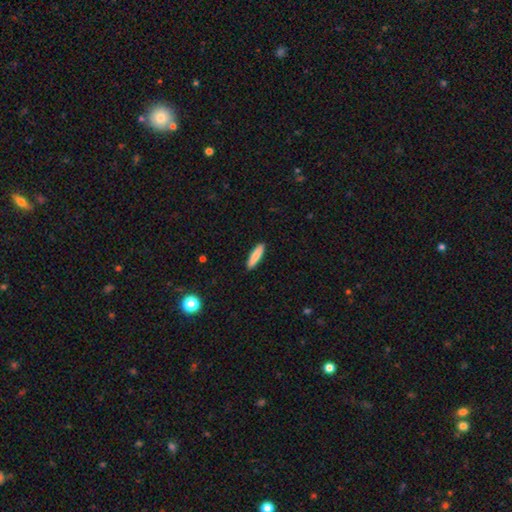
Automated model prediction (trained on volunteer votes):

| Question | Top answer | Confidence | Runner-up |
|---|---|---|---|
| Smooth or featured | smooth | 84% | featured or disk (10%) |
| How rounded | cigar-shaped | 79% | in between (19%) |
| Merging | none | 91% | minor disturbance (7%) |